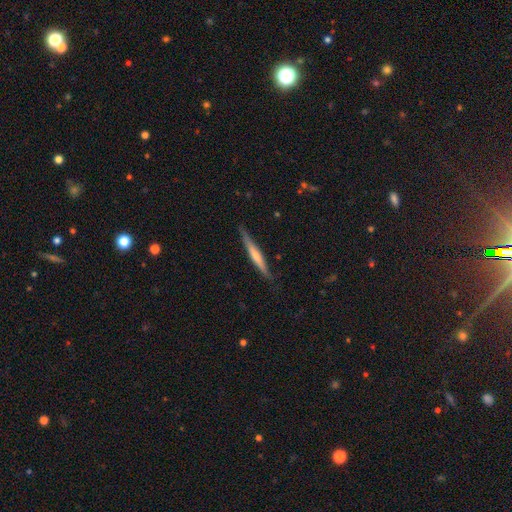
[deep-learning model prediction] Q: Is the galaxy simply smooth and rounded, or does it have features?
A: featured or disk — 62%.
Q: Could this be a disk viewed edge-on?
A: yes — 97%.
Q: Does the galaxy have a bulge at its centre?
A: rounded — 58%.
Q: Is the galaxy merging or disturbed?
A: none — 87%.